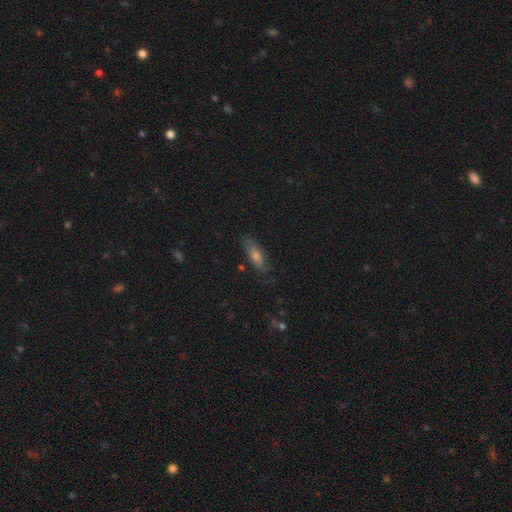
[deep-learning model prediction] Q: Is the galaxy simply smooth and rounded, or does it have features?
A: smooth — 59%.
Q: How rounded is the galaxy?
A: in between — 53%.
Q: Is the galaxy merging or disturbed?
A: none — 78%.